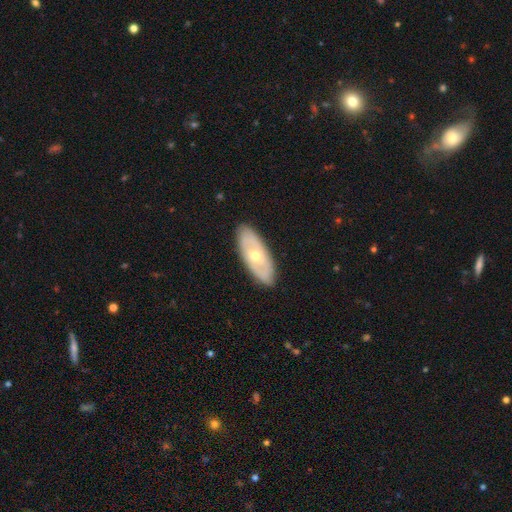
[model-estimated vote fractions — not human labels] Smooth or featured? featured or disk (61%)
Edge-on disk? no (81%)
Merging? none (87%)